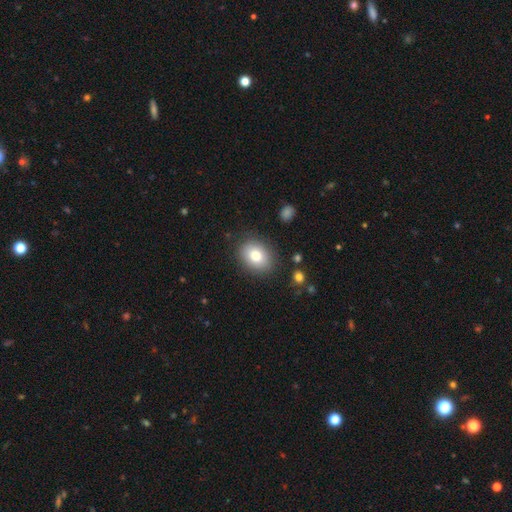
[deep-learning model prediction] Morphology: type=smooth (80%); roundness=in between (56%); merging=none (85%).